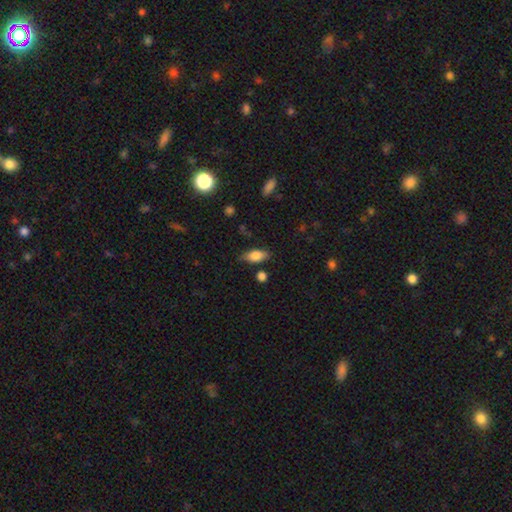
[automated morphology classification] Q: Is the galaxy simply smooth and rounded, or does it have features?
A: smooth — 80%.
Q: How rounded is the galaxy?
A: in between — 84%.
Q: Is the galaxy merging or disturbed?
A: none — 77%.